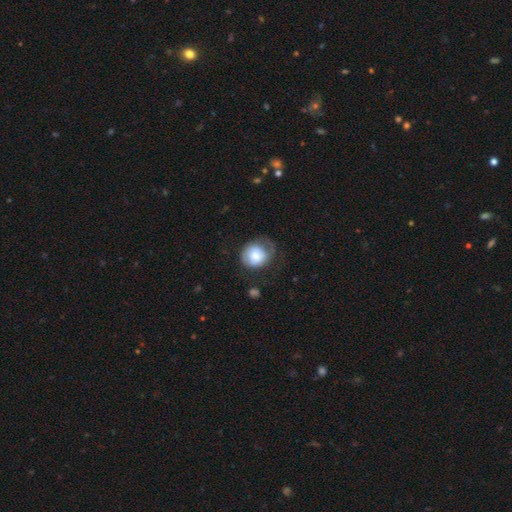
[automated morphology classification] smooth_or_featured: smooth (p=0.65) [alt: featured or disk p=0.27]
how_rounded: round (p=0.70) [alt: in between p=0.30]
merging: none (p=0.43) [alt: minor disturbance p=0.30]